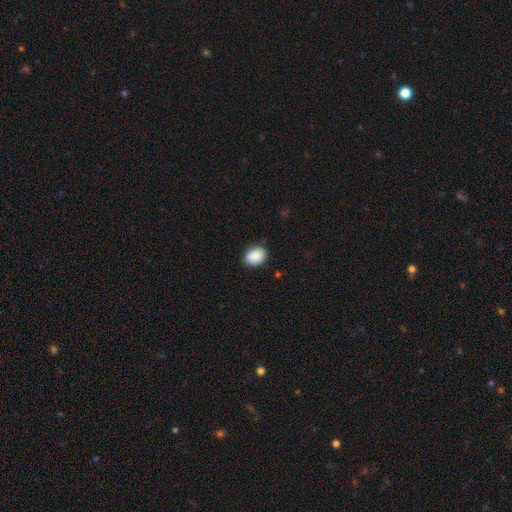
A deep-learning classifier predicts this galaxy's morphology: smooth-or-featured: smooth: 87% | star or artifact: 7% | featured or disk: 5%
  how-rounded: in between: 67% | round: 32% | cigar-shaped: 1%
  merging: none: 83% | minor disturbance: 13% | major disturbance: 3% | merger: 1%